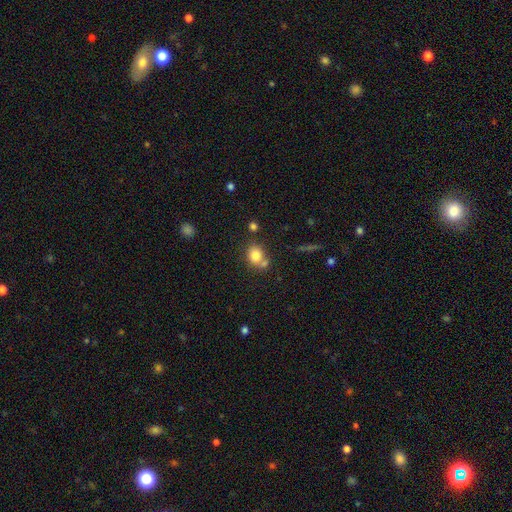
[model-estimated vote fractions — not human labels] This appears to be a smooth galaxy with no disk features (79%) that is round (60%). Merging: none (52%).